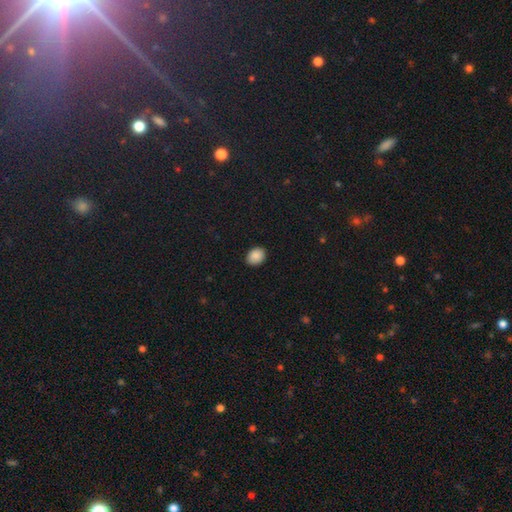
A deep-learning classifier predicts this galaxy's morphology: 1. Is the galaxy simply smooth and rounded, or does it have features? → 89% smooth, 8% star or artifact, 3% featured or disk.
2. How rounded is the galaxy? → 56% in between, 43% round, 1% cigar-shaped.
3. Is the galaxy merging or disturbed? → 89% none, 8% minor disturbance, 2% major disturbance, 1% merger.